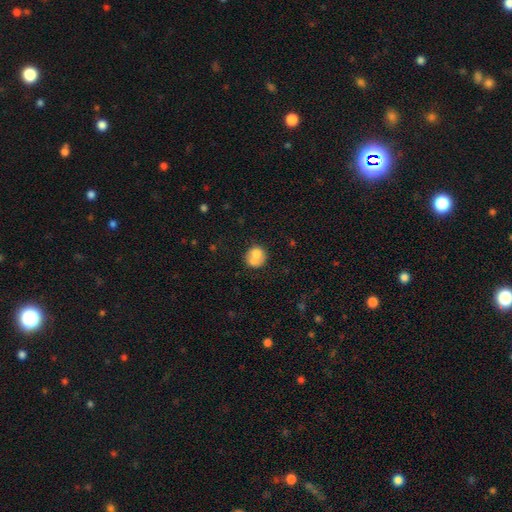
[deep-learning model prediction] A smooth galaxy with no disk features (71%) that is round (78%). Merging: merger (41%).